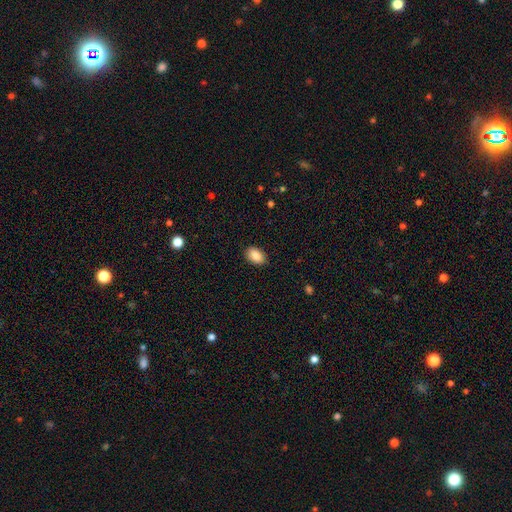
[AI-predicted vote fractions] This appears to be a smooth galaxy with no disk features (87%) that is in between round and cigar-shaped (88%). Merging: none (88%).